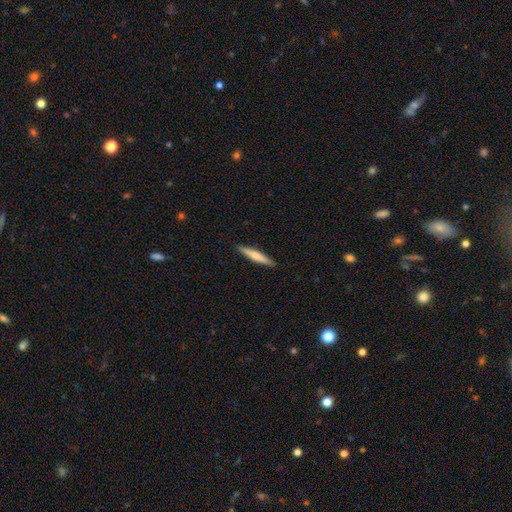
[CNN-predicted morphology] This appears to be a smooth galaxy with no disk features (63%) that is cigar-shaped (93%). Merging: none (92%).